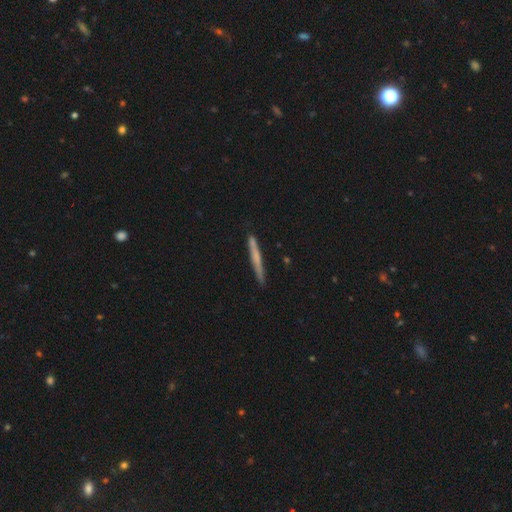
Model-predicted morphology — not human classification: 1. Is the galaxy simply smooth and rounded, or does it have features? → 56% smooth, 38% featured or disk, 6% star or artifact.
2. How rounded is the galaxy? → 97% cigar-shaped, 2% in between, 1% round.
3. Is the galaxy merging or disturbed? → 86% none, 10% minor disturbance, 2% merger, 2% major disturbance.